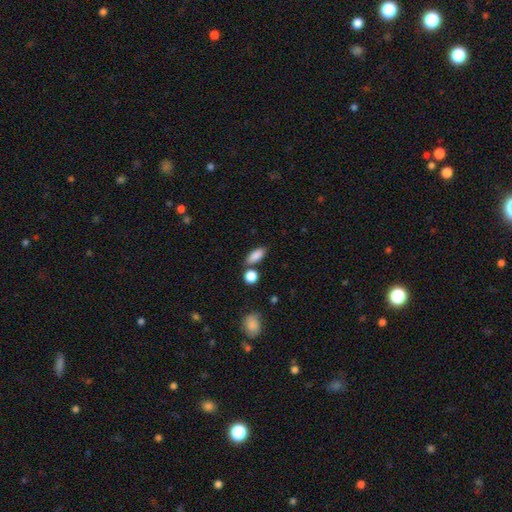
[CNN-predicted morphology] smooth-or-featured: smooth: 87% | star or artifact: 8% | featured or disk: 5%
  how-rounded: in between: 79% | cigar-shaped: 14% | round: 7%
  merging: none: 72% | merger: 12% | minor disturbance: 12% | major disturbance: 3%